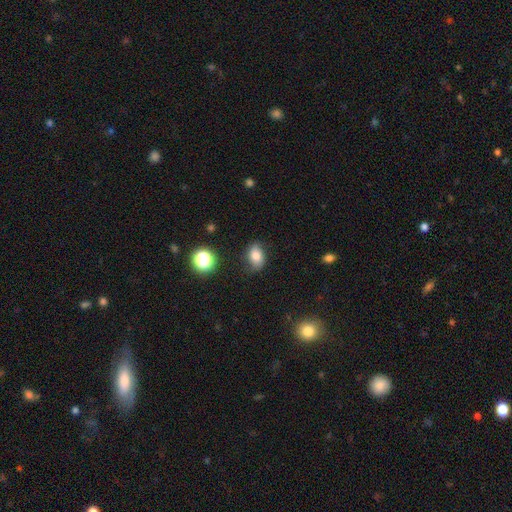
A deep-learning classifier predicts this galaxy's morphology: smooth-or-featured: smooth: 76% | featured or disk: 12% | star or artifact: 11%
  how-rounded: in between: 80% | round: 18% | cigar-shaped: 2%
  merging: none: 76% | minor disturbance: 18% | major disturbance: 4% | merger: 2%